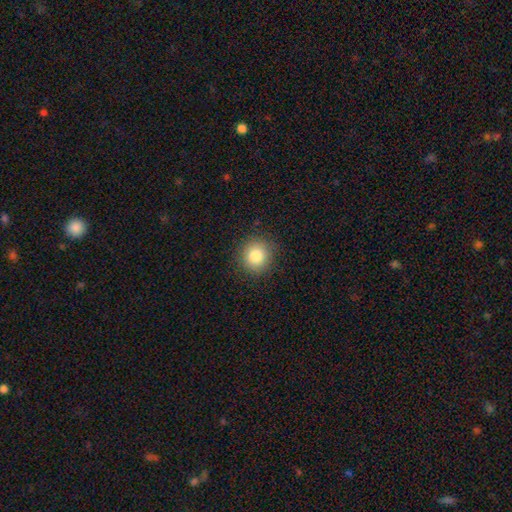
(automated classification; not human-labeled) smooth_or_featured: smooth (p=0.83) [alt: star or artifact p=0.10]
how_rounded: round (p=0.88) [alt: in between p=0.11]
merging: none (p=0.89) [alt: minor disturbance p=0.08]